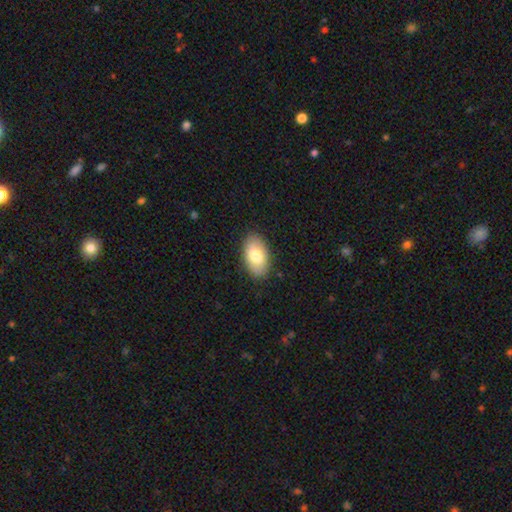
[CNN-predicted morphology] smooth_or_featured: smooth (p=0.77) [alt: featured or disk p=0.16]
how_rounded: in between (p=0.94) [alt: round p=0.04]
merging: none (p=0.86) [alt: minor disturbance p=0.10]